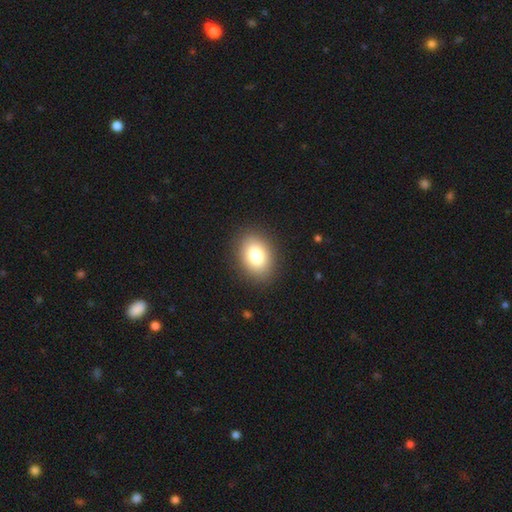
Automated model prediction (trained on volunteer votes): A smooth galaxy with no disk features (82%) that is in between round and cigar-shaped (74%). Merging: none (89%).